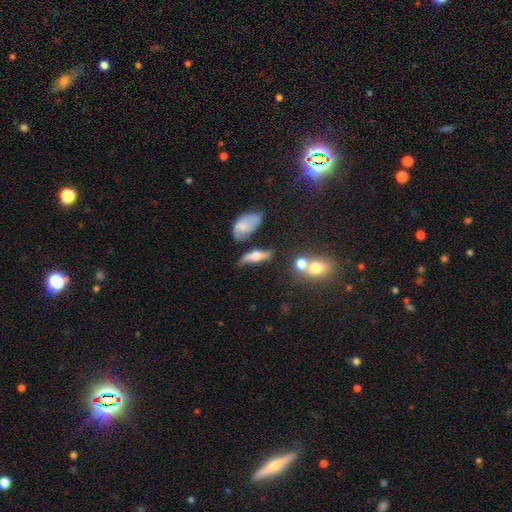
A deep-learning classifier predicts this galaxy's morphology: featured or disk 52%, smooth 38%, star or artifact 11%. Down the decision tree: edge-on disk — yes (68%); merging — none (52%).